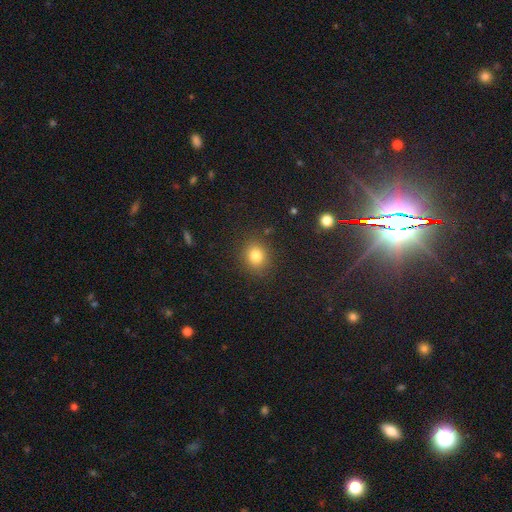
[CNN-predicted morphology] Smooth or featured? Predicted: smooth (p=0.81). How rounded? Predicted: round (p=0.70). Merging? Predicted: none (p=0.86).